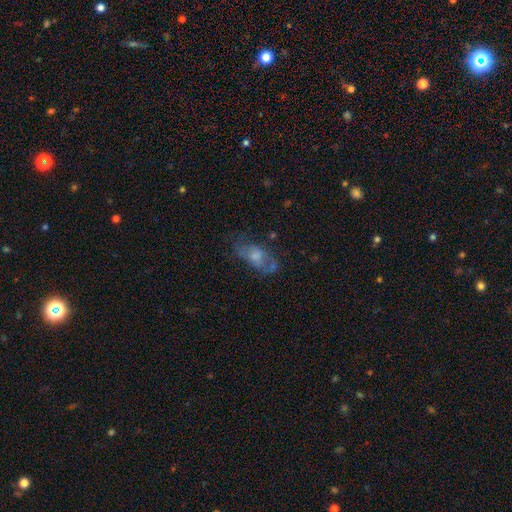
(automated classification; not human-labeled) Morphology: type=featured or disk (51%); edge-on=no (88%); merging=none (52%).